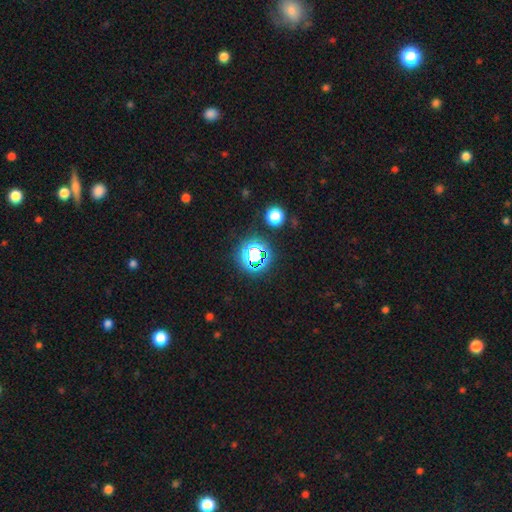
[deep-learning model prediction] smooth_or_featured: star or artifact (p=0.73) [alt: smooth p=0.21]